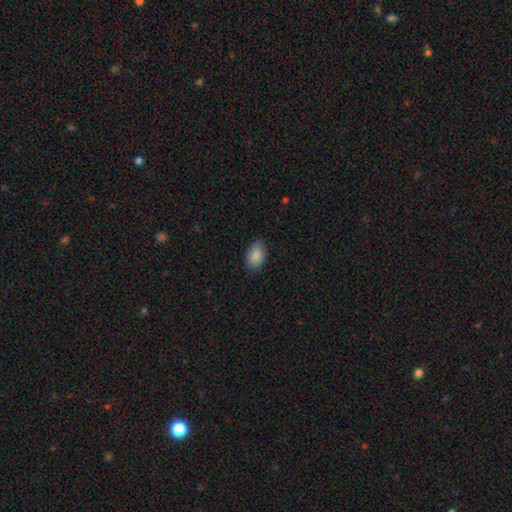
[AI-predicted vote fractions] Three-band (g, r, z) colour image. It shows a smooth galaxy with no disk features (89%) that is in between round and cigar-shaped (88%). Merging: none (81%).